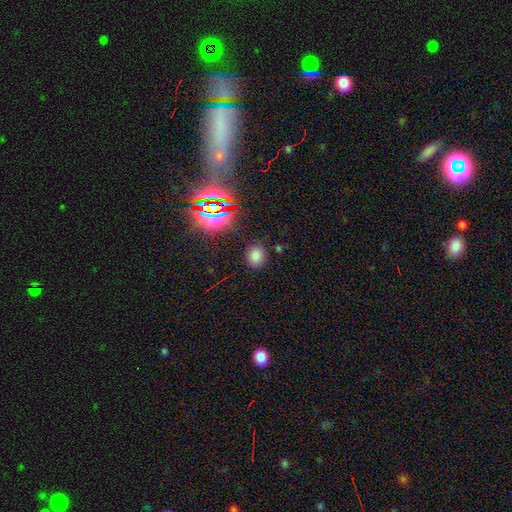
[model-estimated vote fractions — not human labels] smooth 73%, star or artifact 21%, featured or disk 6%. Down the decision tree: how rounded — round (50%); merging — none (84%).